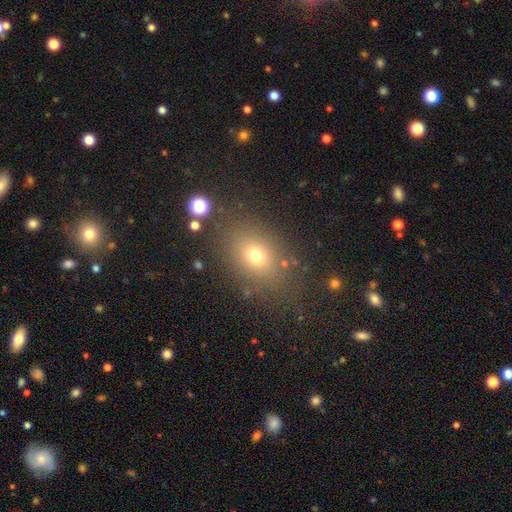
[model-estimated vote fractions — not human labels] smooth 69%, star or artifact 19%, featured or disk 12%. Down the decision tree: how rounded — in between (61%); merging — none (81%).